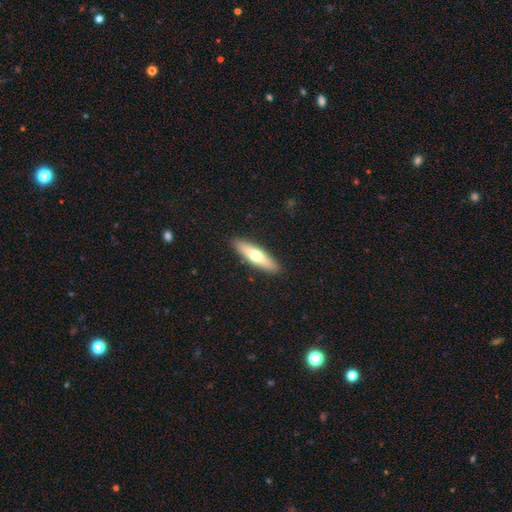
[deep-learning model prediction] smooth 60%, featured or disk 35%, star or artifact 5%. Down the decision tree: how rounded — cigar-shaped (68%); merging — none (90%).